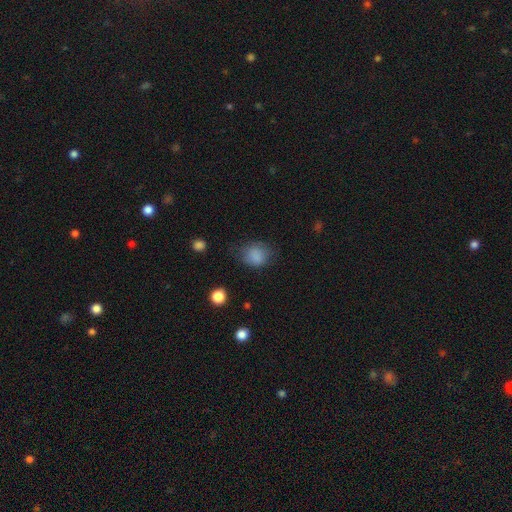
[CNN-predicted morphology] This appears to be a smooth galaxy with no disk features (84%) that is round (64%). Merging: none (67%).